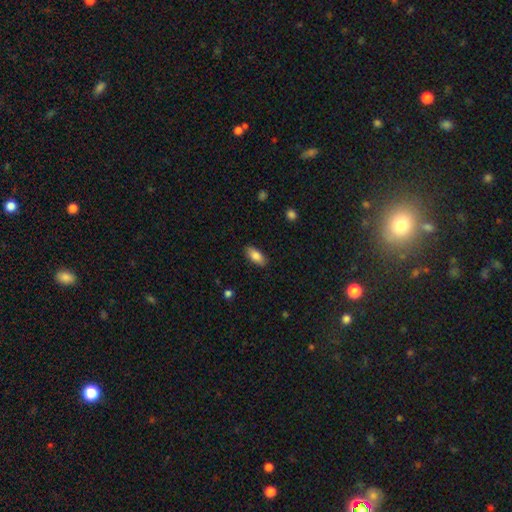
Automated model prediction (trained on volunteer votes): smooth 84%, featured or disk 10%, star or artifact 7%. Down the decision tree: how rounded — in between (88%); merging — none (87%).